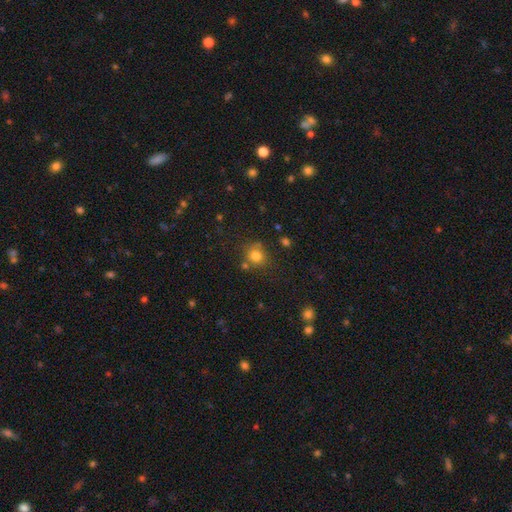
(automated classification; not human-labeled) Smooth or featured? smooth (79%)
How rounded? round (84%)
Merging? none (68%)